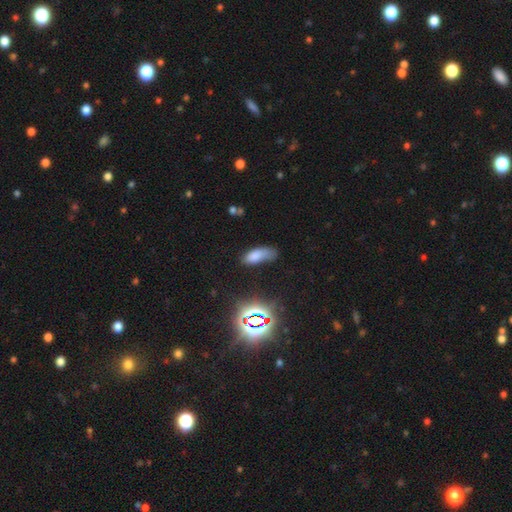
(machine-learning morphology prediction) A smooth galaxy with no disk features (72%) that is in between round and cigar-shaped (75%).

Vote fractions:
- Smooth or featured? smooth: 72% / star or artifact: 16% / featured or disk: 12%
- How rounded? in between: 75% / cigar-shaped: 22% / round: 3%
- Merging? none: 43% / minor disturbance: 33% / major disturbance: 17% / merger: 6%